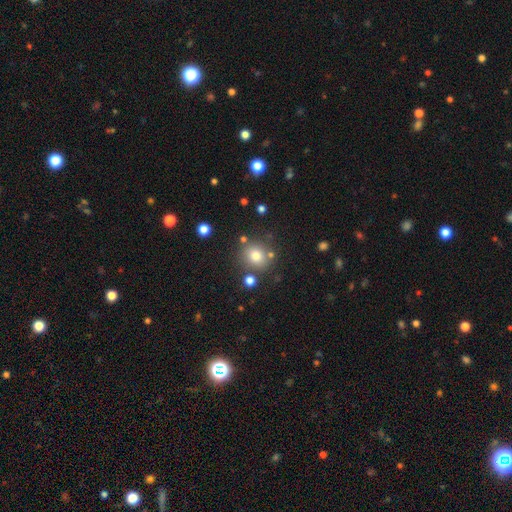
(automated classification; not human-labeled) Smooth or featured? Predicted: smooth (p=0.77). How rounded? Predicted: round (p=0.84). Merging? Predicted: none (p=0.78).